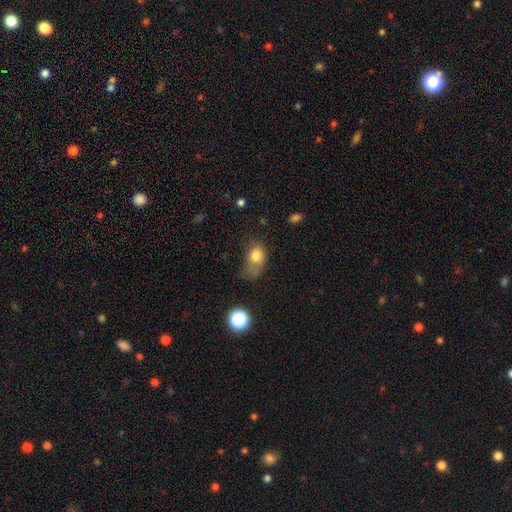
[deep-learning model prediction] Morphology: type=smooth (77%); roundness=in between (65%); merging=major disturbance (38%).